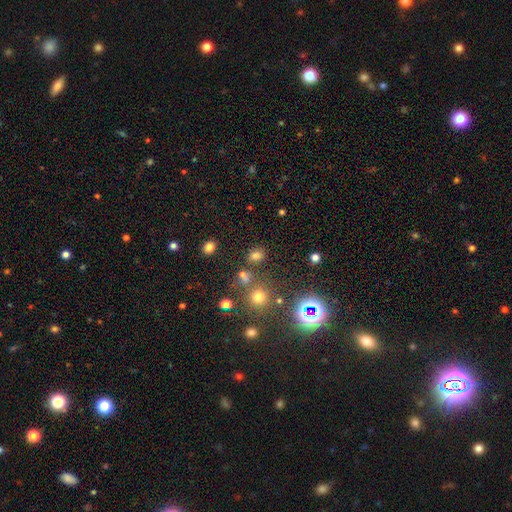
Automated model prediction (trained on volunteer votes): smooth-or-featured: smooth: 67% | star or artifact: 25% | featured or disk: 7%
  how-rounded: in between: 58% | round: 41% | cigar-shaped: 2%
  merging: none: 76% | minor disturbance: 11% | merger: 9% | major disturbance: 4%